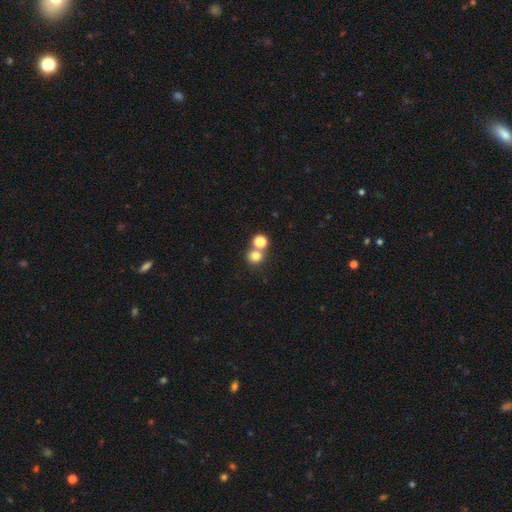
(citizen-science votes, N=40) A smooth galaxy with no disk features (85%) that is round (94%).

Vote fractions:
- Smooth or featured? smooth: 85% / featured or disk: 10% / star or artifact: 5%
- How rounded? round: 94% / in between: 3% / cigar-shaped: 3%
- Merging? merger: 47% / none: 39% / major disturbance: 8% / minor disturbance: 5%